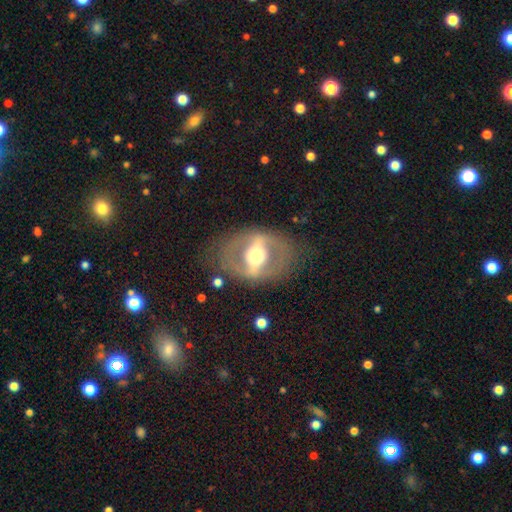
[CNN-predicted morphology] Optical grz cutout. It shows a featured or disk galaxy (72%) with a strong bar (63%), no spiral arms (74%) and a moderate central bulge (58%). Merging: none (72%).